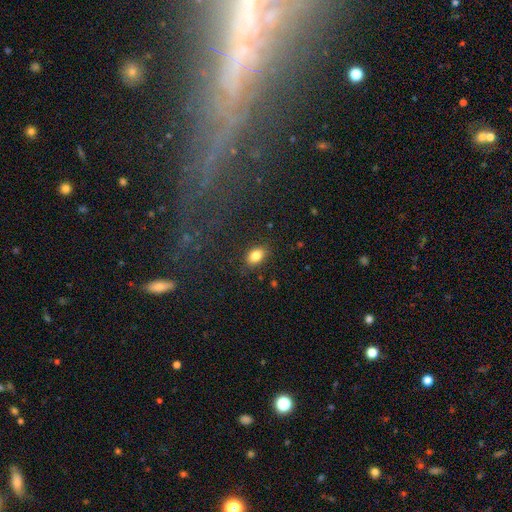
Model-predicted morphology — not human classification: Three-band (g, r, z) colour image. It shows a smooth galaxy with no disk features (83%) that is in between round and cigar-shaped (86%). Merging: none (85%).